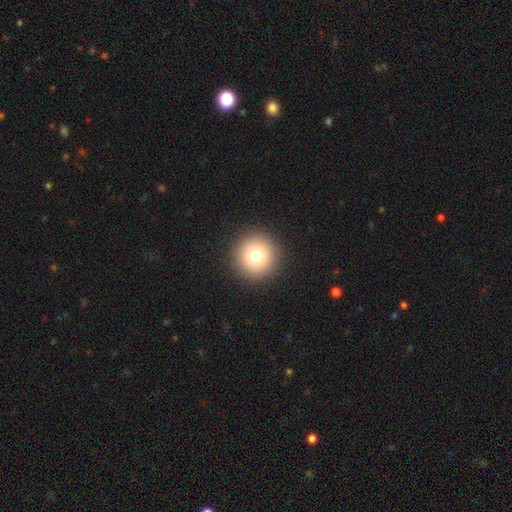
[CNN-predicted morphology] Overall: smooth (76%). How rounded: round (96%). Merging: none (93%).